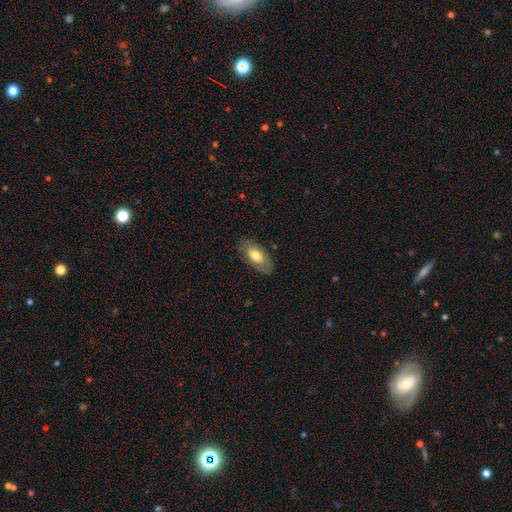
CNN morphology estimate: This appears to be a smooth galaxy with no disk features (63%) that is in between round and cigar-shaped (92%). Merging: none (80%).